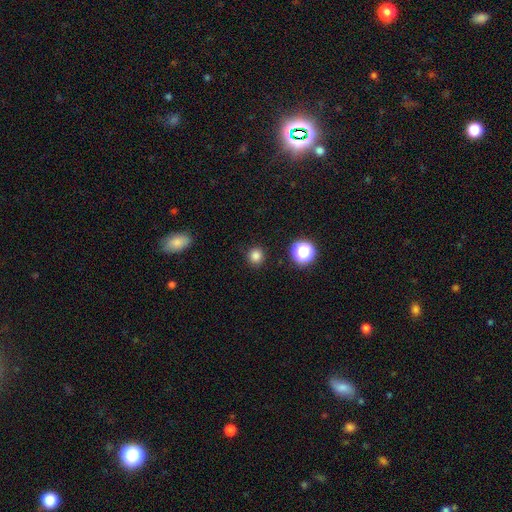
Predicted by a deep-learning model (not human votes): Smooth or featured? Predicted: smooth (p=0.82). How rounded? Predicted: round (p=0.94). Merging? Predicted: none (p=0.91).